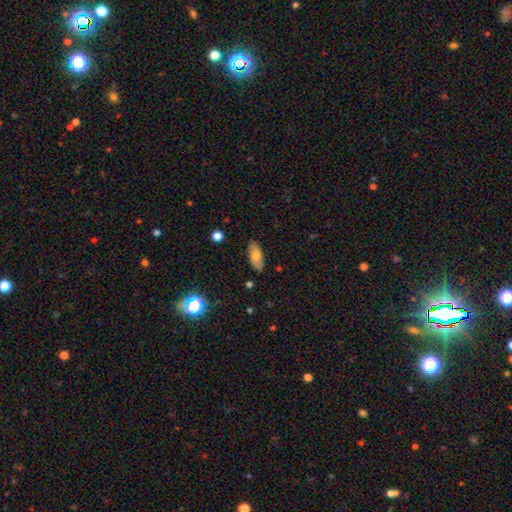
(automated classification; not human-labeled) A smooth galaxy with no disk features (73%) that is in between round and cigar-shaped (82%). Merging: none (86%).